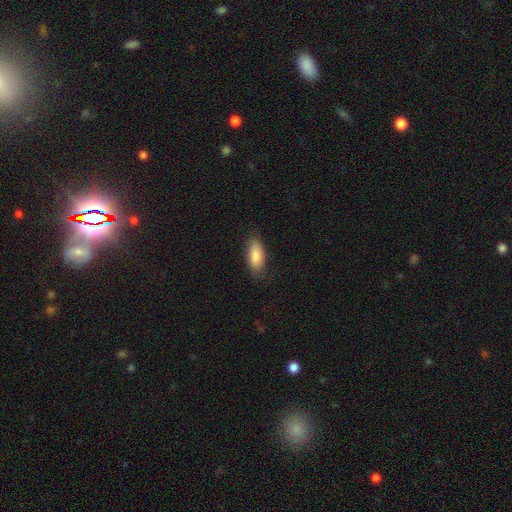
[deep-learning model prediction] smooth 85%, featured or disk 8%, star or artifact 6%. Down the decision tree: how rounded — in between (84%); merging — none (80%).